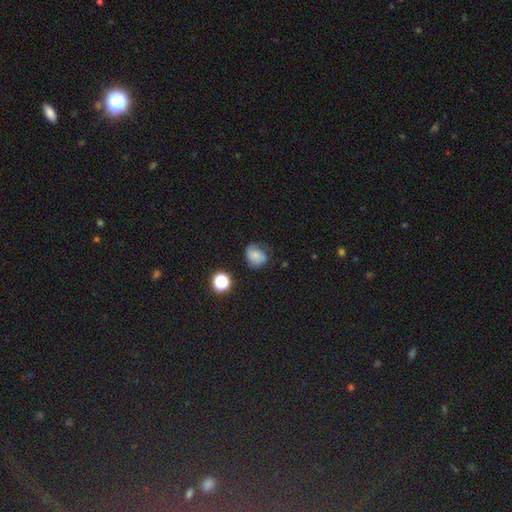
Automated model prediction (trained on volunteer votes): Morphology: type=smooth (58%); roundness=round (55%); merging=none (50%).